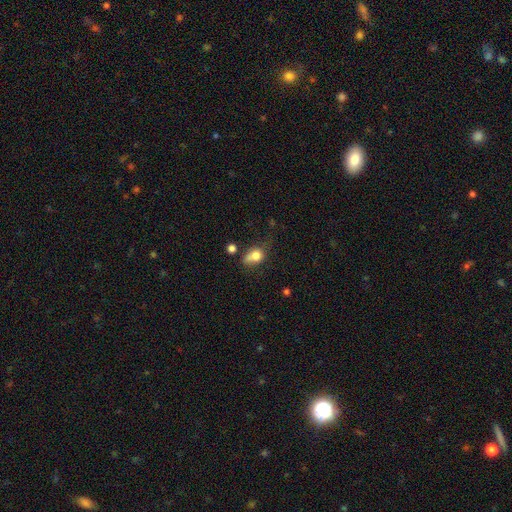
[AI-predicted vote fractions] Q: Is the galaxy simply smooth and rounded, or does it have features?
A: smooth — 75%.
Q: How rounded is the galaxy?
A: in between — 54%.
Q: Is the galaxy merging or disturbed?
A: none — 34%.